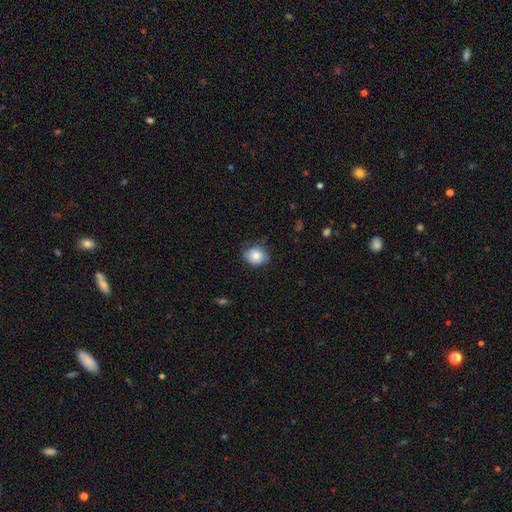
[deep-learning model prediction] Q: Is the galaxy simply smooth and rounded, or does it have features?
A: smooth — 76%.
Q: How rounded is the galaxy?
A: round — 68%.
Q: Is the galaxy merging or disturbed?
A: none — 67%.